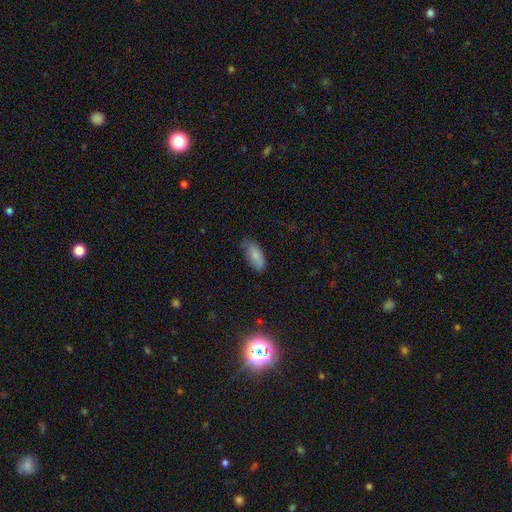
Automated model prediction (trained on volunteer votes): Smooth or featured? smooth (83%)
How rounded? in between (86%)
Merging? none (65%)